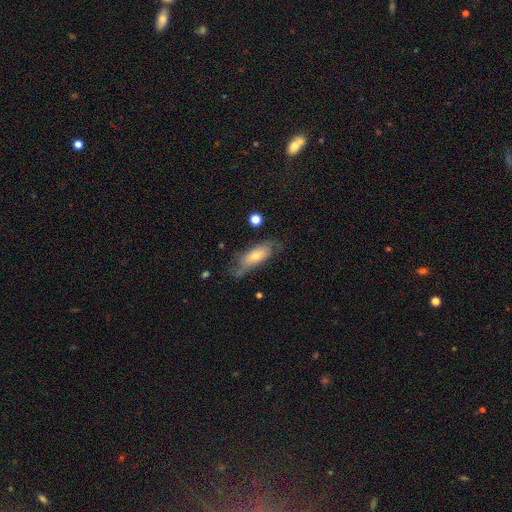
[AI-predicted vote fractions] smooth 47%, featured or disk 44%, star or artifact 9%. Down the decision tree: merging — none (57%).